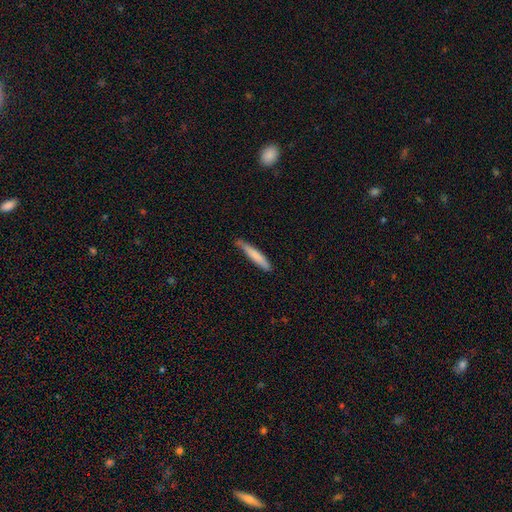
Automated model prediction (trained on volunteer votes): Smooth or featured?
  - smooth: 76% *
  - featured or disk: 18%
  - star or artifact: 5%
How rounded?
  - cigar-shaped: 93% *
  - in between: 6%
  - round: 1%
Merging?
  - none: 71% *
  - minor disturbance: 24%
  - major disturbance: 3%
  - merger: 2%